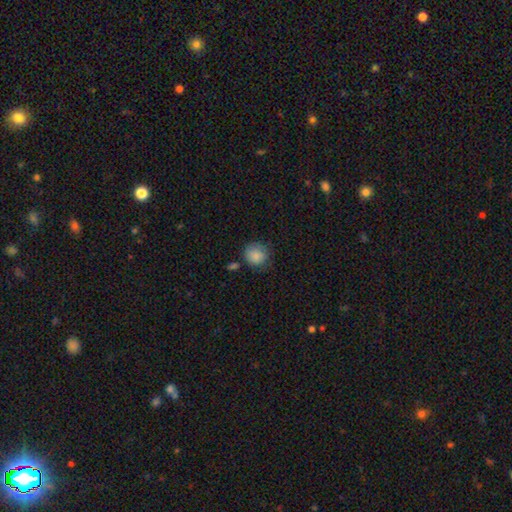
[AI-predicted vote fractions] This is clearly a smooth galaxy (86%). How rounded: clearly round (87%). Merging: likely none (68%).